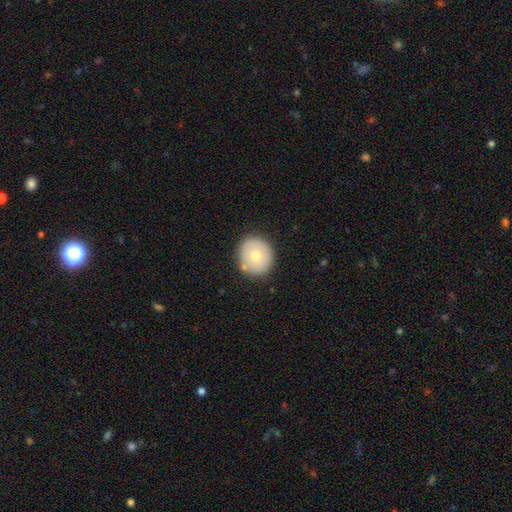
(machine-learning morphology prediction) This is likely a smooth galaxy (69%). How rounded: clearly round (81%). Merging: clearly none (80%).